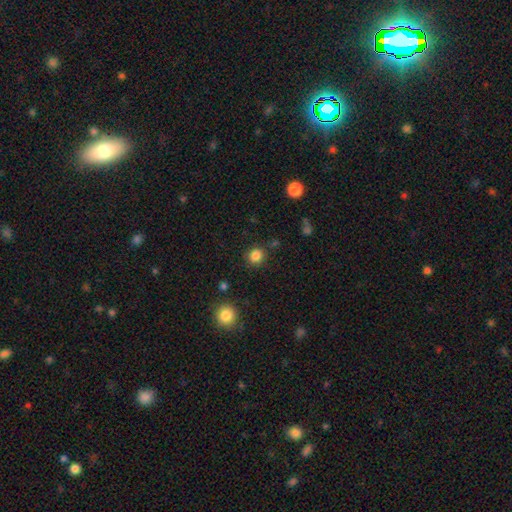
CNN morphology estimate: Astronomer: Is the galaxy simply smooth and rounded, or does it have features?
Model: smooth — 84%.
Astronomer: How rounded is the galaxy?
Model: round — 91%.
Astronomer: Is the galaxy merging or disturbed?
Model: none — 86%.